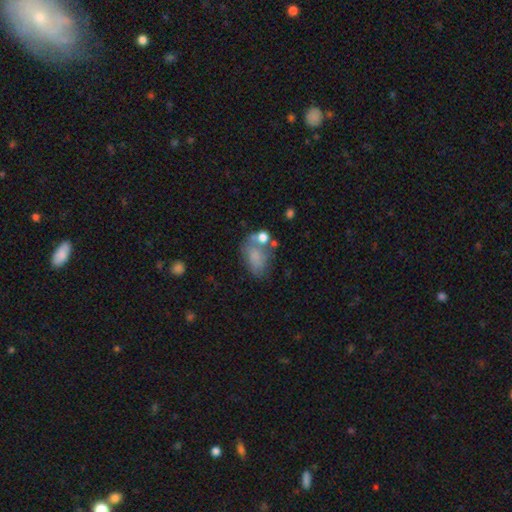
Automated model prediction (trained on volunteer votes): smooth-or-featured: smooth: 67% | featured or disk: 21% | star or artifact: 12%
  how-rounded: in between: 82% | round: 16% | cigar-shaped: 2%
  merging: none: 38% | merger: 23% | minor disturbance: 23% | major disturbance: 16%